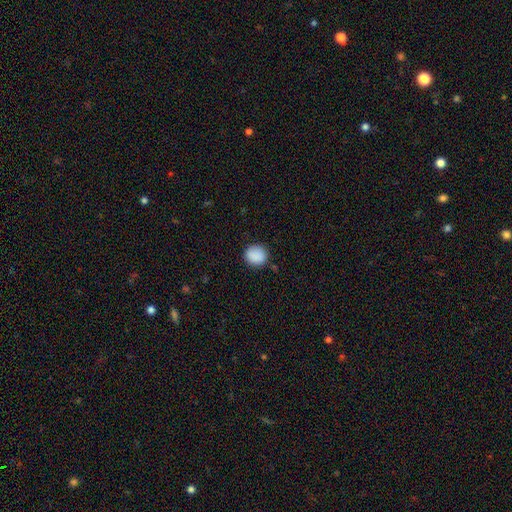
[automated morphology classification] This appears to be a smooth galaxy with no disk features (88%) that is round (83%). Merging: none (85%).